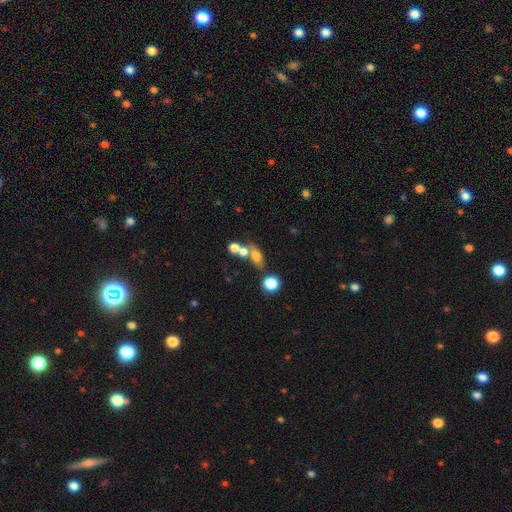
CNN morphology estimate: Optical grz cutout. It shows a smooth galaxy with no disk features (64%) that is in between round and cigar-shaped (61%). Merging: none (42%).